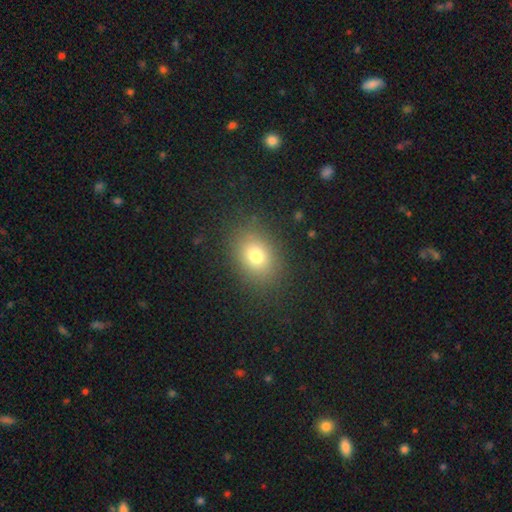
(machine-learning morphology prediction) This is likely a smooth galaxy (76%). How rounded: likely in between (62%). Merging: clearly none (85%).